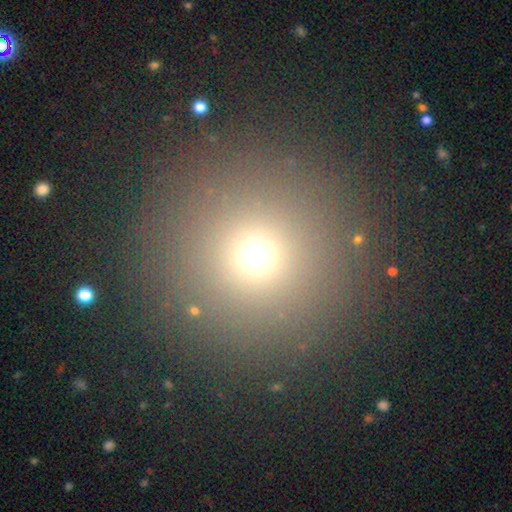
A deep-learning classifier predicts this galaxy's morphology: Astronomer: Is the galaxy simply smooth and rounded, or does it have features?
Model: smooth — 67%.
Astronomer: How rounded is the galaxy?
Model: round — 96%.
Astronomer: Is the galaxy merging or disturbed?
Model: none — 89%.